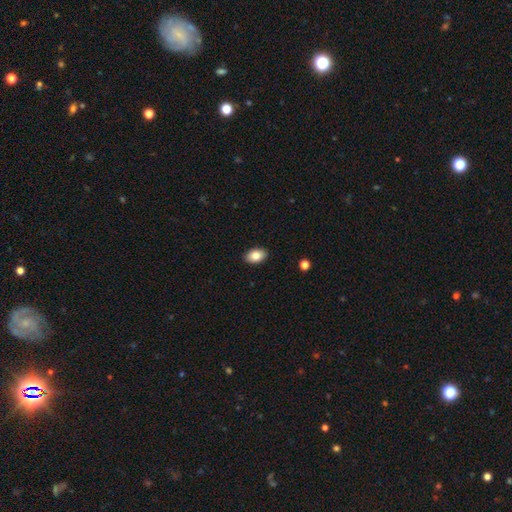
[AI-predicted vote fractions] Smooth or featured? smooth (84%)
How rounded? in between (90%)
Merging? none (90%)